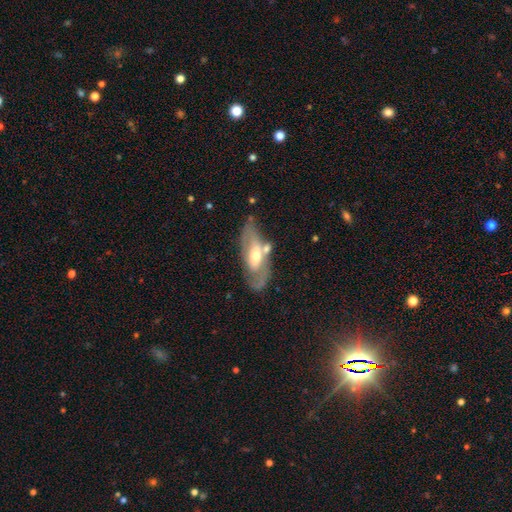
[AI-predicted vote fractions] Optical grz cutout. It shows a featured or disk galaxy (65%) with no bar (47%), spiral arms (52%) and a moderate central bulge (66%). Merging: none (60%).